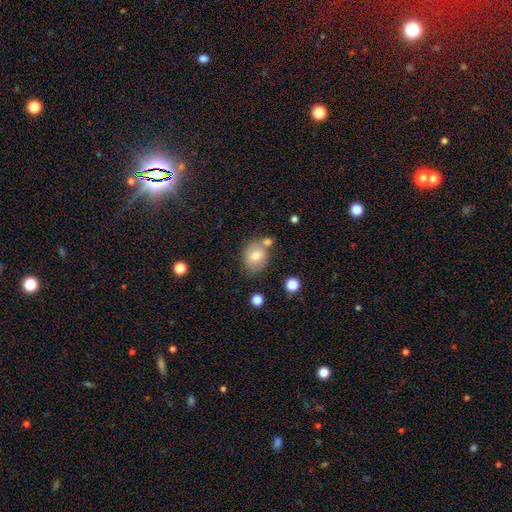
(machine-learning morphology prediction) Overall: smooth (73%). How rounded: round (64%; in between 35%). Merging: none (62%).